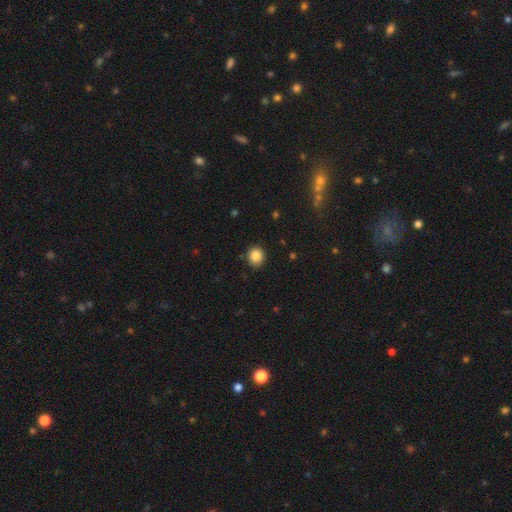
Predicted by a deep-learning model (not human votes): Smooth or featured? smooth (85%)
How rounded? round (78%)
Merging? none (88%)